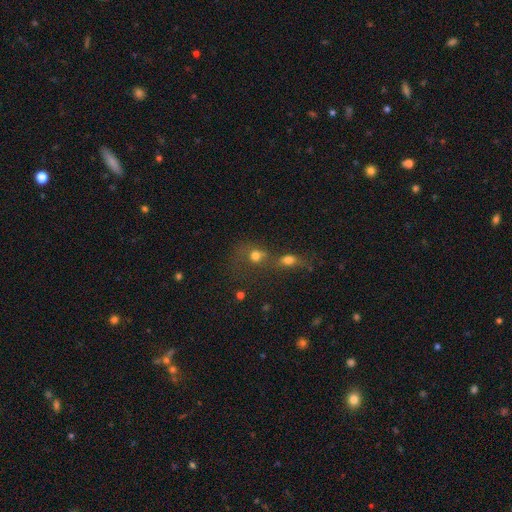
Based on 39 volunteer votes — This is likely a smooth galaxy (79%). How rounded: likely round (68%). Merging: possibly merger (51%).